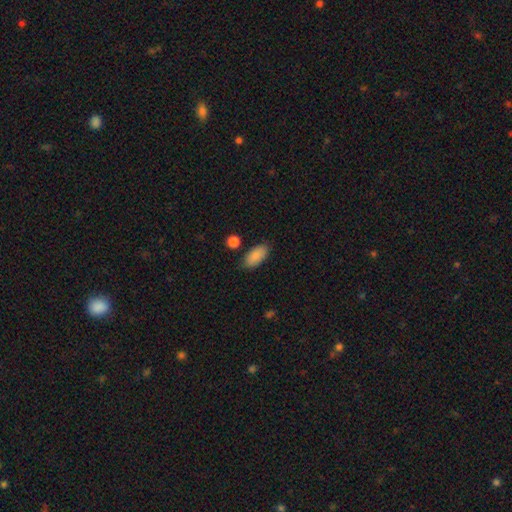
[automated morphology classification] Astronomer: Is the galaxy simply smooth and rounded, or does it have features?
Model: smooth — 88%.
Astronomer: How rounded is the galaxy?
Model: in between — 91%.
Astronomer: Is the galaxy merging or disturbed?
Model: none — 81%.